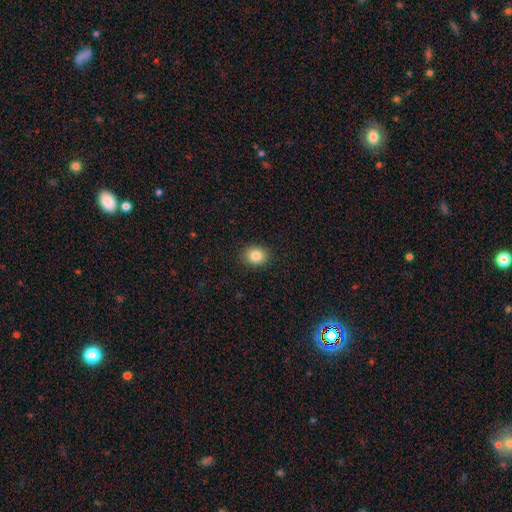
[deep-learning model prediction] Overall: smooth (85%). How rounded: round (64%; in between 35%). Merging: none (89%).